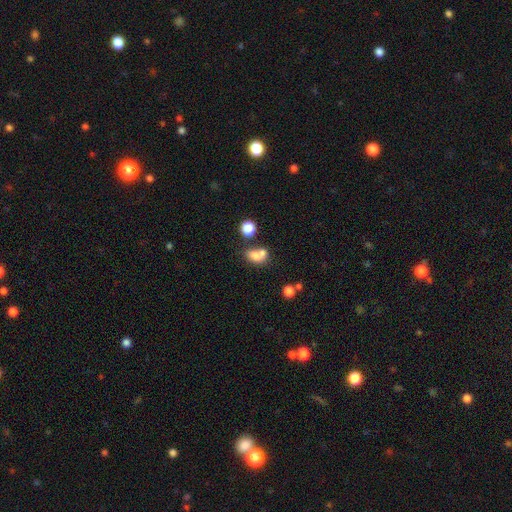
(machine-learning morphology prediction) Smooth or featured: smooth — 74% (featured or disk — 14%)
How rounded: in between — 64% (round — 34%)
Merging: merger — 52% (none — 32%)